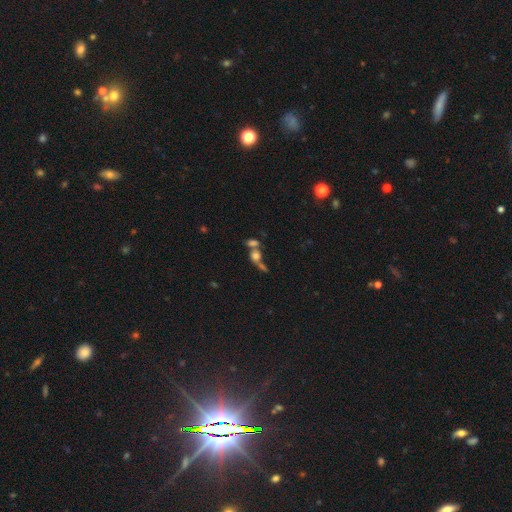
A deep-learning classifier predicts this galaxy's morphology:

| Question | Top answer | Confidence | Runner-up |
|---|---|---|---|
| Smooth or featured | smooth | 55% | featured or disk (27%) |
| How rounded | in between | 48% | round (44%) |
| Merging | merger | 58% | none (22%) |